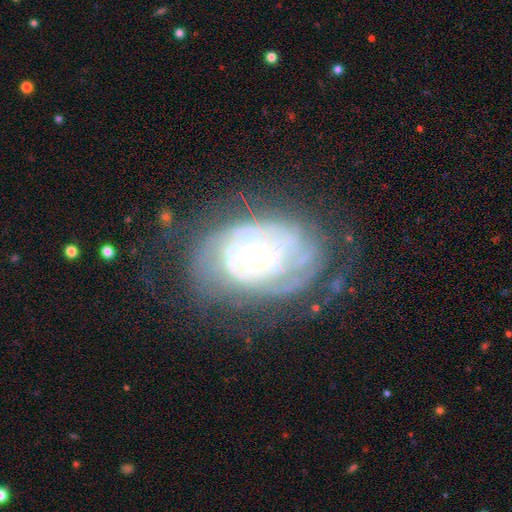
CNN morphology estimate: This is clearly a featured or disk galaxy (81%). It is clearly not viewed edge-on (96%). Bar: likely no (78%). Spiral arm pattern: clearly yes (83%). Spiral arm count: possibly can't tell (52%). Spiral winding: likely tight (71%). Central bulge: possibly small (59%). Merging: possibly none (56%).